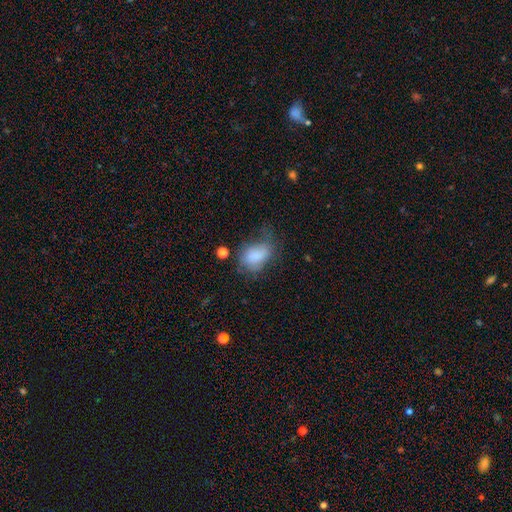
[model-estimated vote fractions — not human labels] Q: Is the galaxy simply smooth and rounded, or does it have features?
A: smooth — 77%.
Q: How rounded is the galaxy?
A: in between — 82%.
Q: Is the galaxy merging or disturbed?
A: none — 34%.